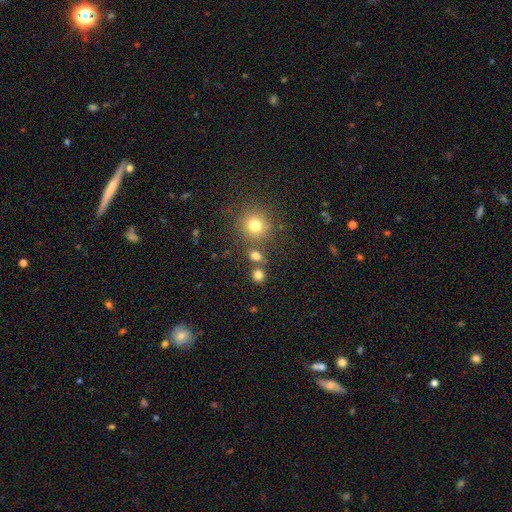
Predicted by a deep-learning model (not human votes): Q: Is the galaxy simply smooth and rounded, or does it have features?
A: smooth — 77%.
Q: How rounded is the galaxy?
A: round — 78%.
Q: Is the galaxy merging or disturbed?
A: none — 70%.